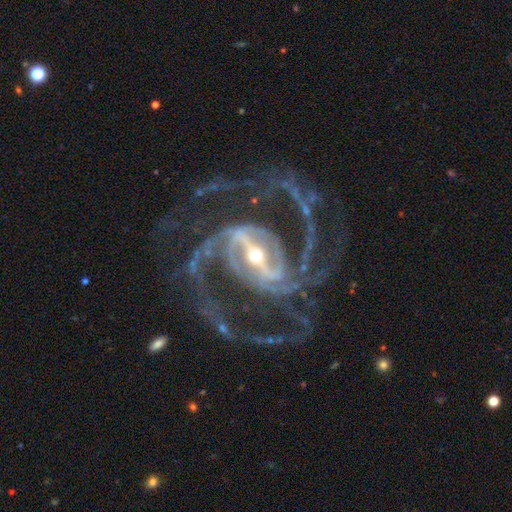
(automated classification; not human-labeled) This appears to be a featured or disk galaxy (94%) with a strong bar (79%), 2 (48%) medium (56%) spiral arms (99%) and a small central bulge (53%). Merging: none (65%).